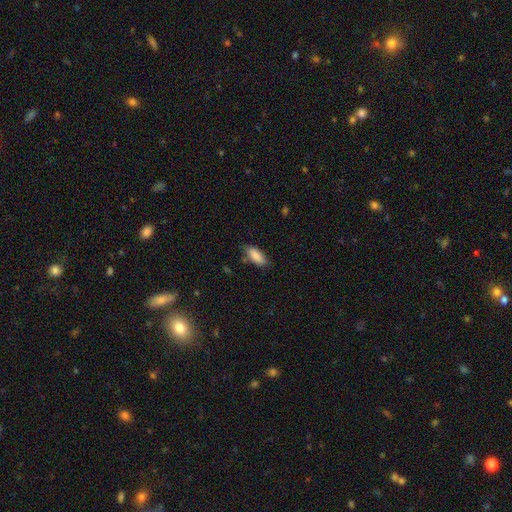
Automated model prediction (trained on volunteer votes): This appears to be a smooth galaxy with no disk features (87%) that is in between round and cigar-shaped (84%). Merging: none (75%).